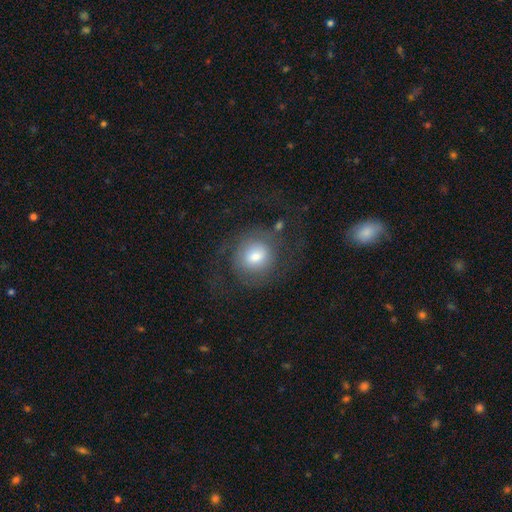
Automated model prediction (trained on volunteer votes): smooth-or-featured: smooth: 52% | featured or disk: 38% | star or artifact: 9%
  how-rounded: round: 80% | in between: 19% | cigar-shaped: 1%
  merging: none: 60% | major disturbance: 23% | minor disturbance: 15% | merger: 3%